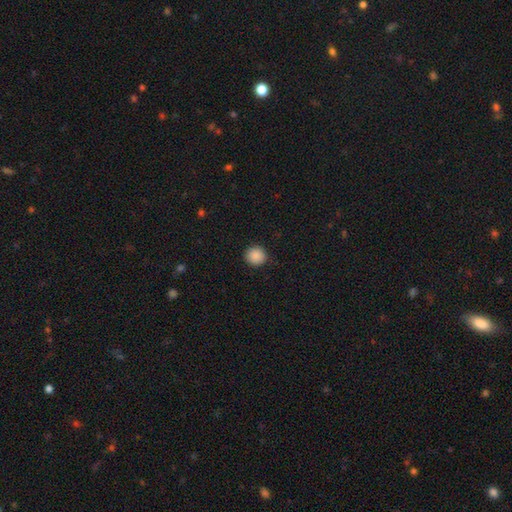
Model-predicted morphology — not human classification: type=smooth (89%); roundness=round (92%); merging=none (91%).